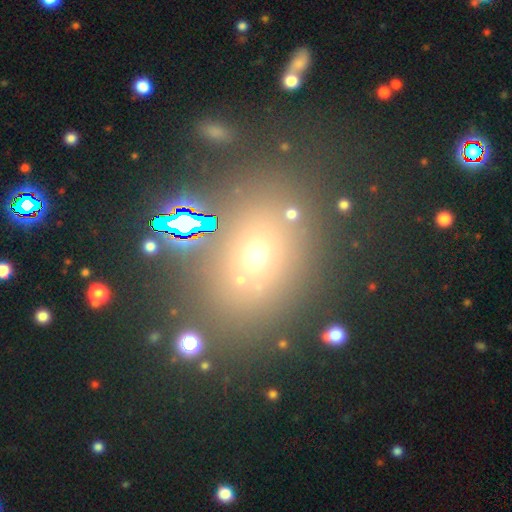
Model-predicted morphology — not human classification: This appears to be a smooth galaxy with no disk features (53%) that is in between round and cigar-shaped (53%). Merging: none (75%).